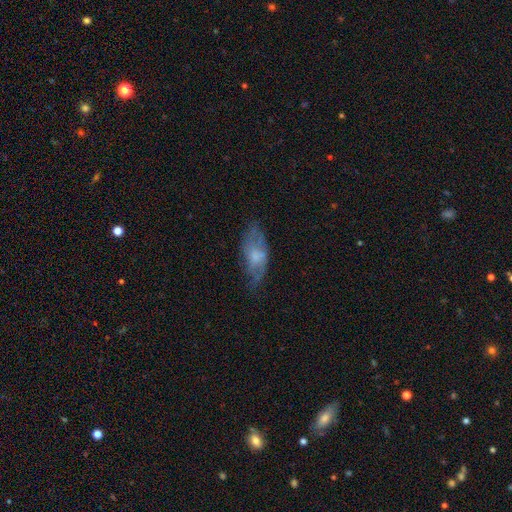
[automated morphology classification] smooth_or_featured: smooth (p=0.47) [alt: featured or disk p=0.45]
merging: none (p=0.55) [alt: minor disturbance p=0.28]